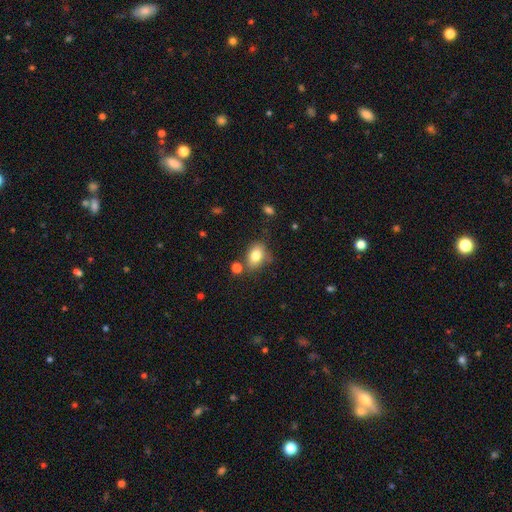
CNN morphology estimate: smooth 79%, featured or disk 11%, star or artifact 9%. Down the decision tree: how rounded — in between (78%); merging — none (68%).